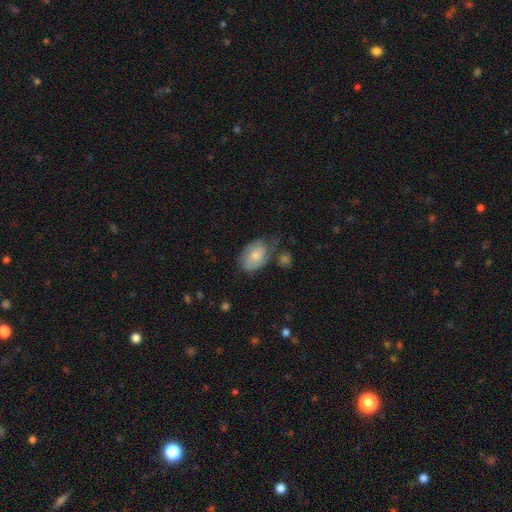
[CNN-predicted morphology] A smooth galaxy with no disk features (70%) that is in between round and cigar-shaped (87%). Merging: none (51%).